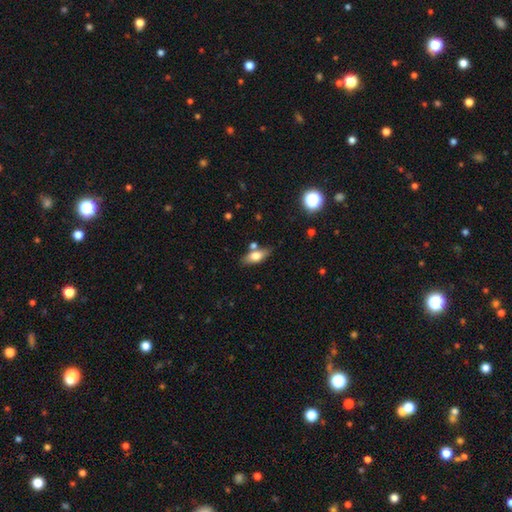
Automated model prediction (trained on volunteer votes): Q: Smooth or featured?
A: smooth (69%); runner-up: featured or disk (23%)
Q: How rounded?
A: in between (75%); runner-up: cigar-shaped (21%)
Q: Merging?
A: none (71%); runner-up: minor disturbance (14%)